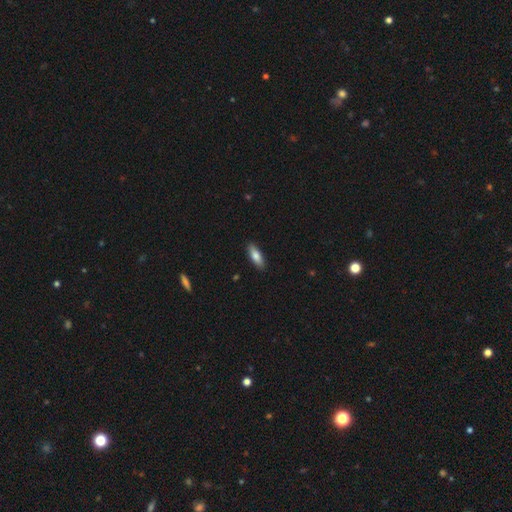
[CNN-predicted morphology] Smooth or featured: smooth — 79% (featured or disk — 14%)
How rounded: in between — 67% (cigar-shaped — 31%)
Merging: none — 89% (minor disturbance — 8%)